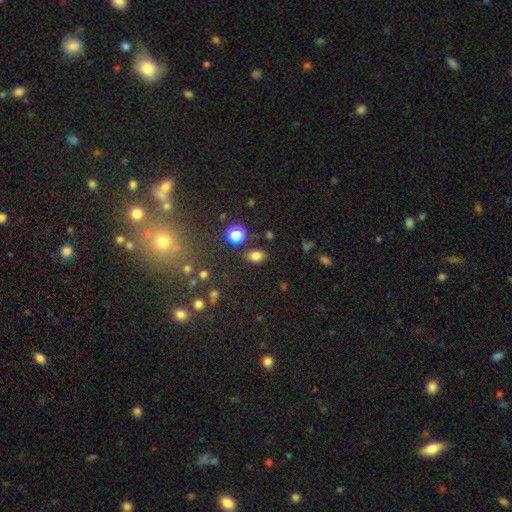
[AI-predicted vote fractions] Smooth or featured? Predicted: smooth (p=0.80). How rounded? Predicted: in between (p=0.83). Merging? Predicted: none (p=0.82).